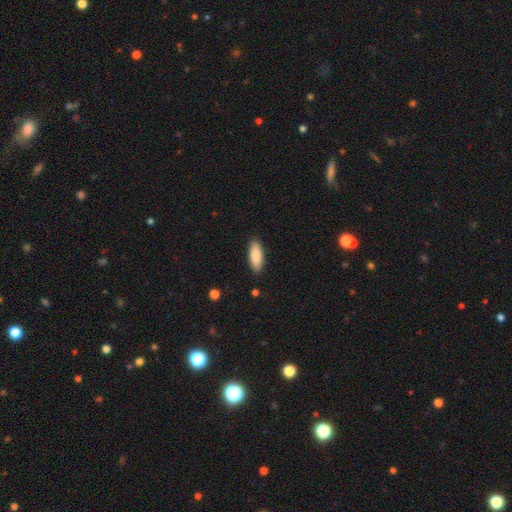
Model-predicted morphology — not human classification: A smooth galaxy with no disk features (87%) that is in between round and cigar-shaped (70%). Merging: none (89%).